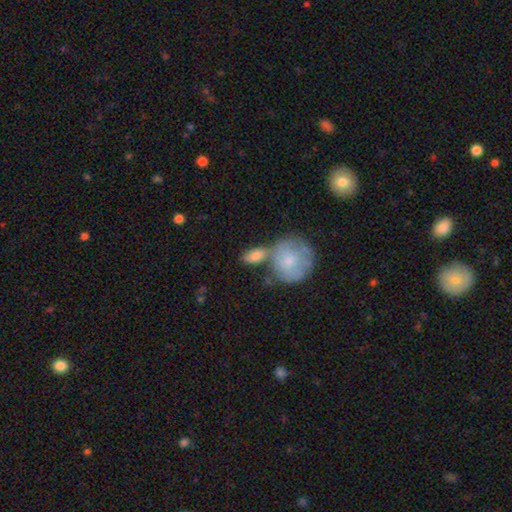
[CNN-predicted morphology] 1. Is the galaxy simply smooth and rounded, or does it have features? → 76% smooth, 18% featured or disk, 6% star or artifact.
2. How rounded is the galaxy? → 73% in between, 22% round, 5% cigar-shaped.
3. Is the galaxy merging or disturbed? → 39% merger (tied), 39% none (tied), 14% minor disturbance, 7% major disturbance.